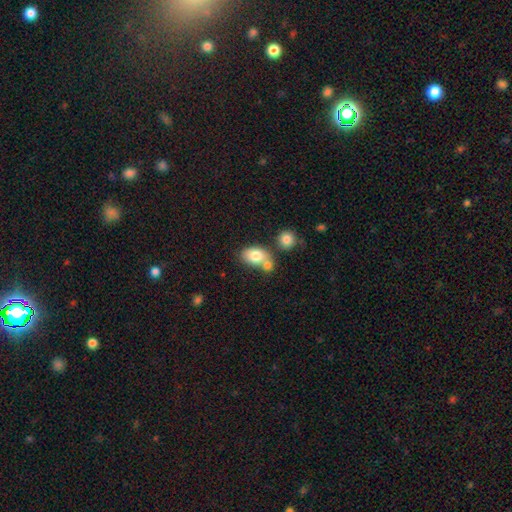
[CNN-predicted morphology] smooth-or-featured: smooth: 79% | featured or disk: 13% | star or artifact: 8%
  how-rounded: in between: 78% | round: 20% | cigar-shaped: 1%
  merging: none: 43% | merger: 40% | minor disturbance: 13% | major disturbance: 4%